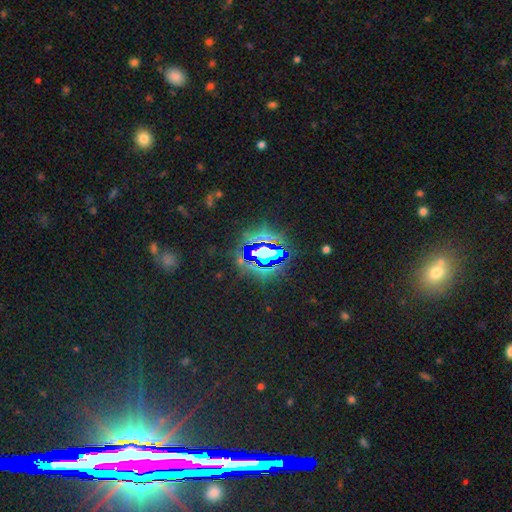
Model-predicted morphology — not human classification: This appears to be a star or artifact, not a galaxy (80%).